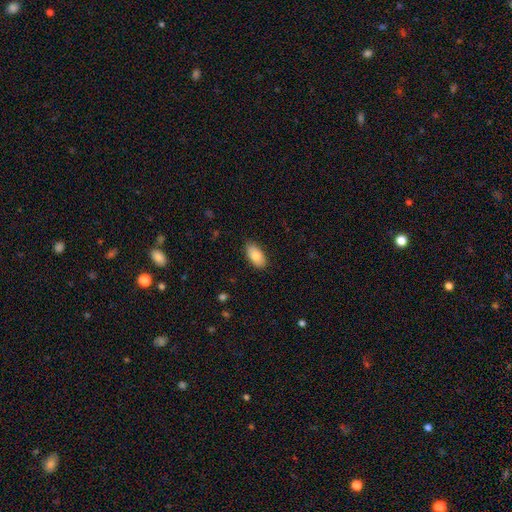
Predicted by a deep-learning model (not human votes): This appears to be a smooth galaxy with no disk features (85%) that is in between round and cigar-shaped (94%). Merging: none (85%).